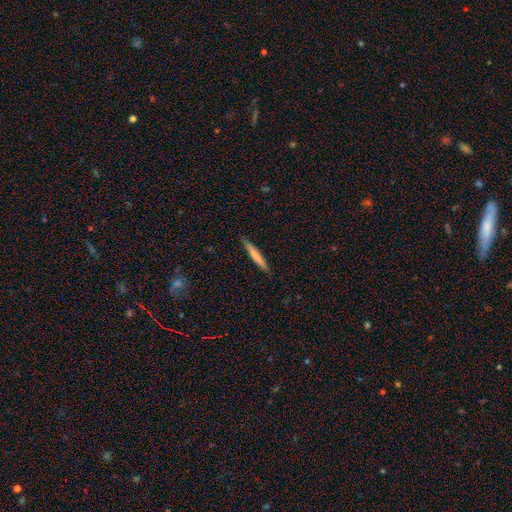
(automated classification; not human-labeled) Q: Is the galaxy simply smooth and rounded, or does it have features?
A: smooth — 70%.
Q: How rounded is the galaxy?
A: cigar-shaped — 96%.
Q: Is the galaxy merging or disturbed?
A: none — 88%.